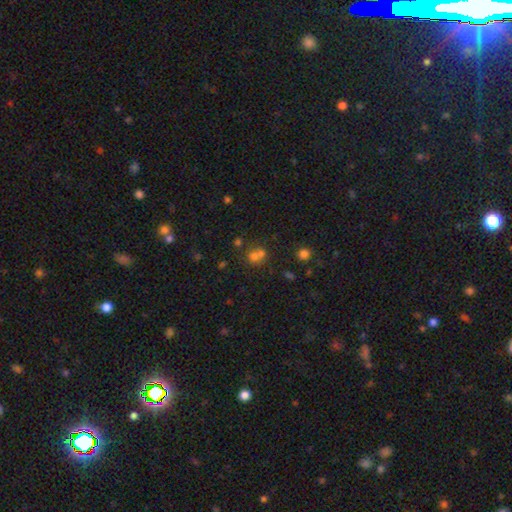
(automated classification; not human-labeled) A smooth galaxy with no disk features (62%) that is round (74%).

Vote fractions:
- Smooth or featured? smooth: 62% / star or artifact: 21% / featured or disk: 16%
- How rounded? round: 74% / in between: 25% / cigar-shaped: 1%
- Merging? merger: 55% / none: 34% / minor disturbance: 7% / major disturbance: 4%